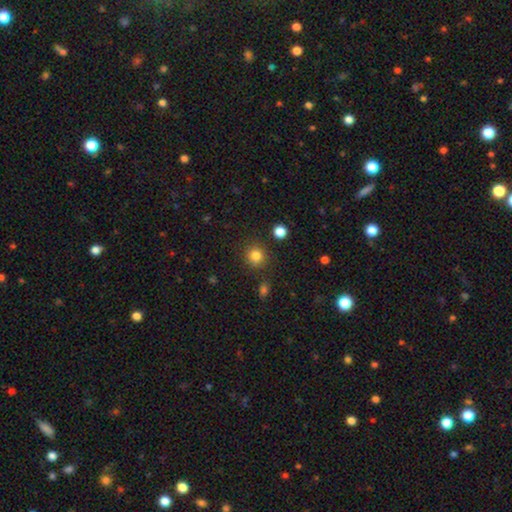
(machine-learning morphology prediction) Smooth or featured: smooth — 82% (star or artifact — 13%)
How rounded: round — 91% (in between — 8%)
Merging: none — 87% (minor disturbance — 8%)